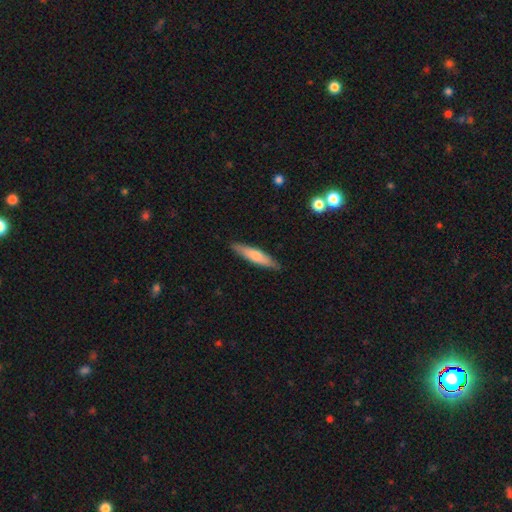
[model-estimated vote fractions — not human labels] Smooth or featured: smooth — 67% (featured or disk — 28%)
How rounded: cigar-shaped — 82% (in between — 17%)
Merging: none — 88% (minor disturbance — 10%)